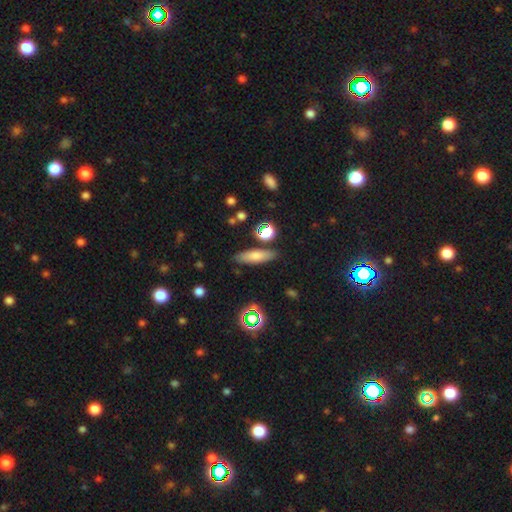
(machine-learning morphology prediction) A smooth galaxy with no disk features (71%) that is cigar-shaped (60%). Merging: none (83%).